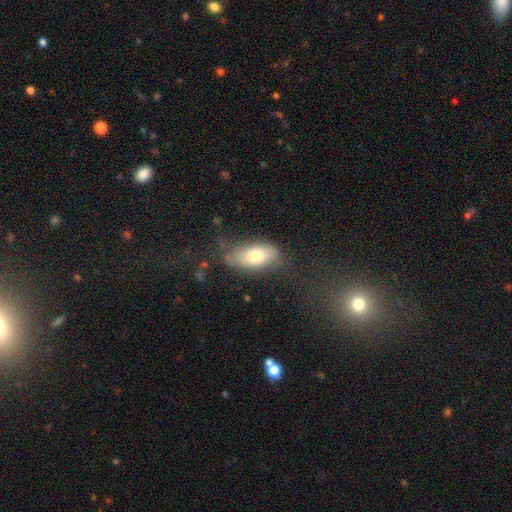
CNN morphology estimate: smooth 69%, featured or disk 23%, star or artifact 8%. Down the decision tree: how rounded — in between (86%); merging — none (55%).